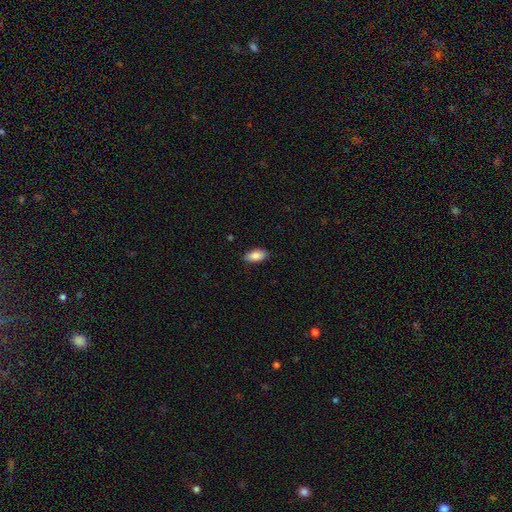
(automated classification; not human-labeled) Smooth or featured?
  - smooth: 88% *
  - star or artifact: 6%
  - featured or disk: 6%
How rounded?
  - in between: 91% *
  - cigar-shaped: 7%
  - round: 2%
Merging?
  - none: 87% *
  - minor disturbance: 10%
  - major disturbance: 2%
  - merger: 1%